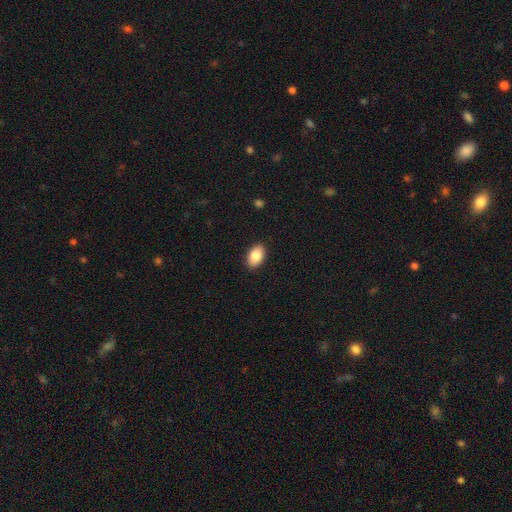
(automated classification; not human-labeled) The model was most divided on "smooth or featured": smooth: 85%, featured or disk: 8%, star or artifact: 7%. More confident: how rounded — in between (91%); merging — none (90%).